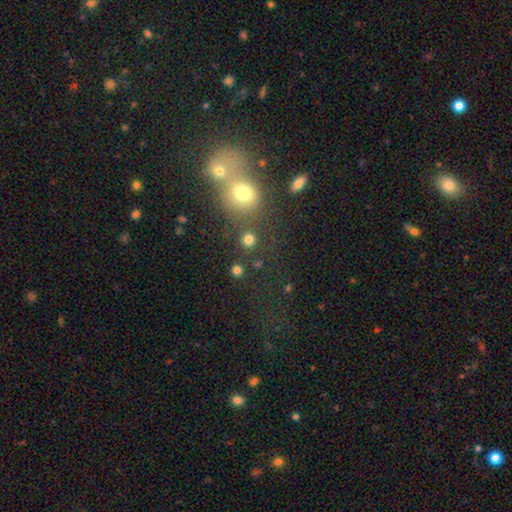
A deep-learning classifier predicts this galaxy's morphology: Smooth or featured?
  - smooth: 52% *
  - star or artifact: 31%
  - featured or disk: 18%
How rounded?
  - round: 79% *
  - in between: 19%
  - cigar-shaped: 2%
Merging?
  - merger: 55% *
  - none: 31%
  - minor disturbance: 7%
  - major disturbance: 6%